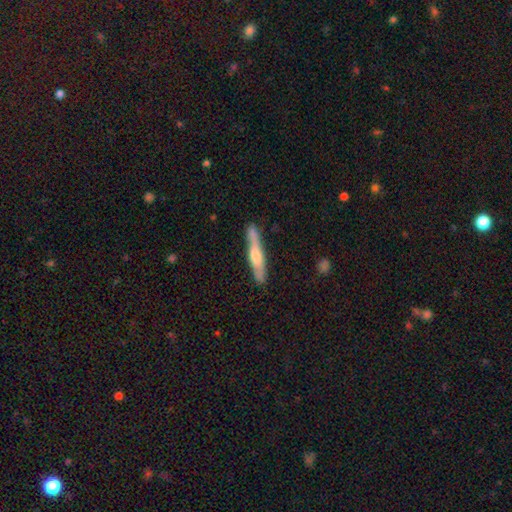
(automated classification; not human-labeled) This is possibly a featured or disk galaxy (57%). It is clearly viewed edge-on (93%). Edge-on bulge: likely rounded (77%). Merging: clearly none (85%).